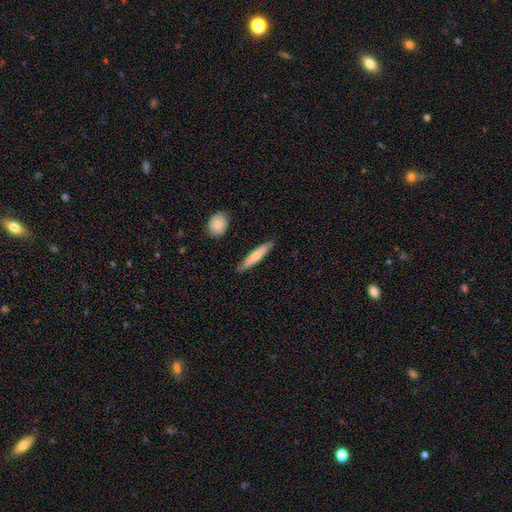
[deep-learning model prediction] Morphology: type=smooth (68%); roundness=cigar-shaped (87%); merging=none (83%).